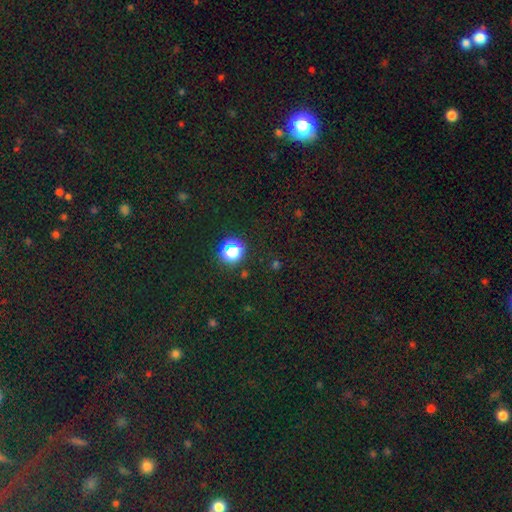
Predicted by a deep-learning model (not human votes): Smooth or featured: star or artifact — 68% (smooth — 26%)